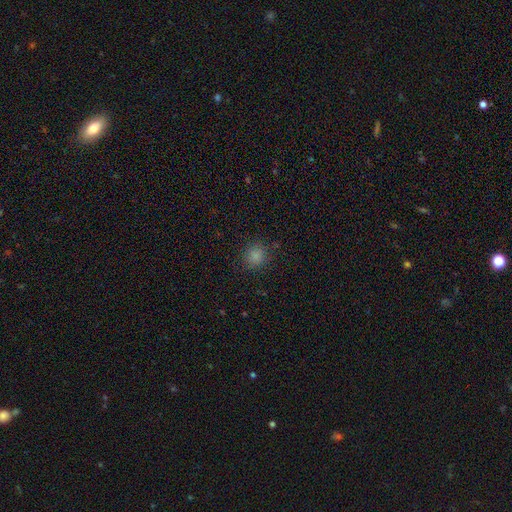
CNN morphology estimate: Smooth or featured? Predicted: smooth (p=0.83). How rounded? Predicted: round (p=0.85). Merging? Predicted: none (p=0.86).